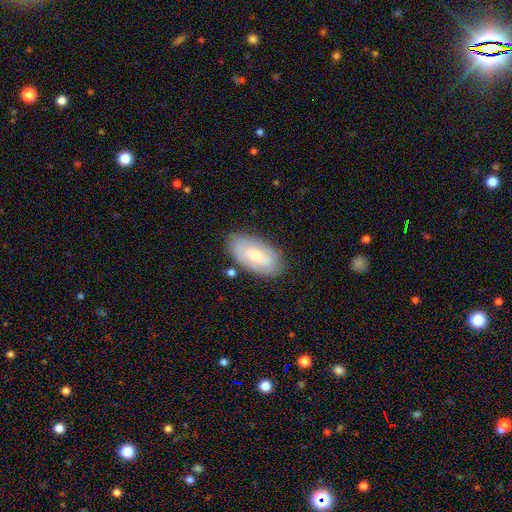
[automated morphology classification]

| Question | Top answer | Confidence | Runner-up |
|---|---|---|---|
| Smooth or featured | featured or disk | 54% | smooth (40%) |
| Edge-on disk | no | 92% | yes (8%) |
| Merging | none | 77% | minor disturbance (16%) |